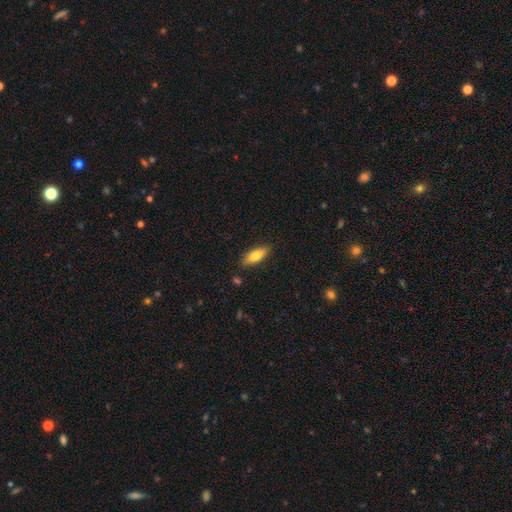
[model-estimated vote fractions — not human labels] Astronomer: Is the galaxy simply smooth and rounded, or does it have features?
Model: smooth — 76%.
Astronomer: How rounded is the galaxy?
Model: in between — 62%.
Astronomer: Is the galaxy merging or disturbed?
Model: none — 85%.